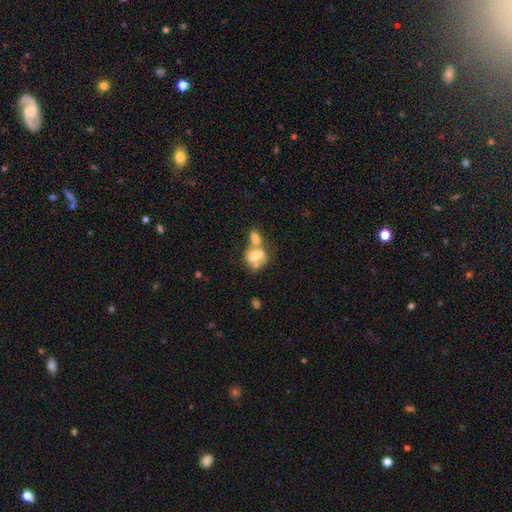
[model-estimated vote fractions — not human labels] This is possibly a smooth galaxy (54%). How rounded: possibly in between (60%). Merging: likely merger (60%).